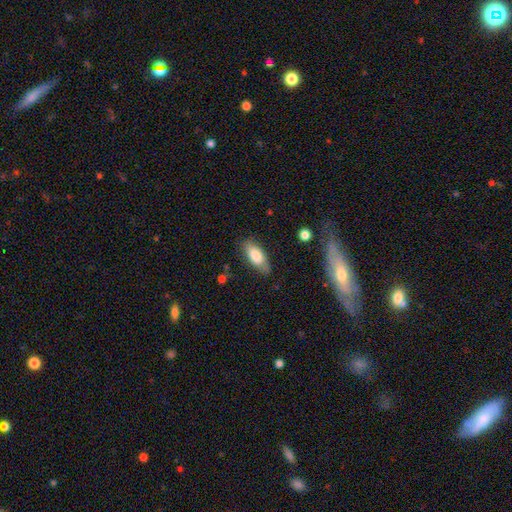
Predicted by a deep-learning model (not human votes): This is likely a smooth galaxy (78%). How rounded: likely in between (80%). Merging: likely none (77%).